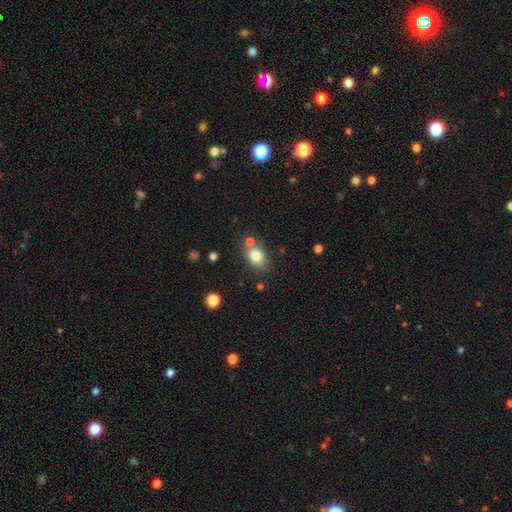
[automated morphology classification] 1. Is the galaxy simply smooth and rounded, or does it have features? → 80% smooth, 10% star or artifact, 10% featured or disk.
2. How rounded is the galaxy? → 67% in between, 31% round, 1% cigar-shaped.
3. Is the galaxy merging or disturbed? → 65% none, 18% merger, 13% minor disturbance, 4% major disturbance.